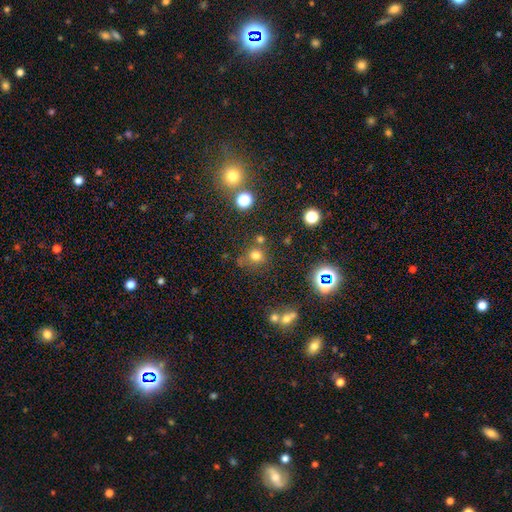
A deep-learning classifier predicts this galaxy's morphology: Overall: smooth (70%). How rounded: round (85%). Merging: none (65%).